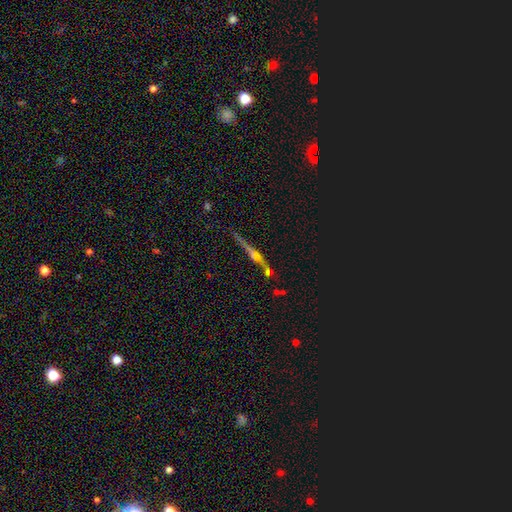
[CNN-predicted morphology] featured or disk 54%, star or artifact 25%, smooth 21%. Down the decision tree: edge-on disk — yes (91%); merging — none (75%).